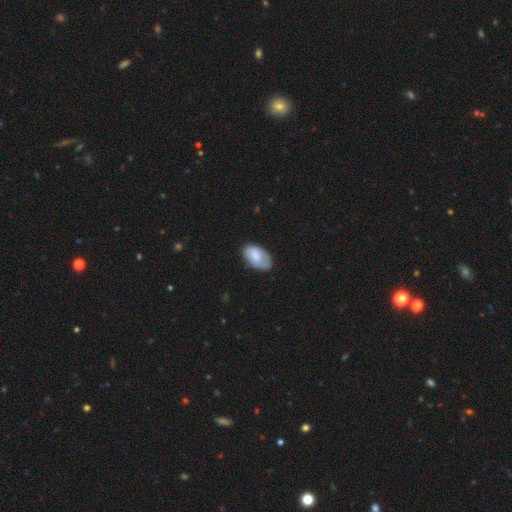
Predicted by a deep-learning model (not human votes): The model was most divided on "merging": none: 68%, minor disturbance: 25%, major disturbance: 6%, merger: 1%. More confident: how rounded — in between (95%); smooth or featured — smooth (78%).